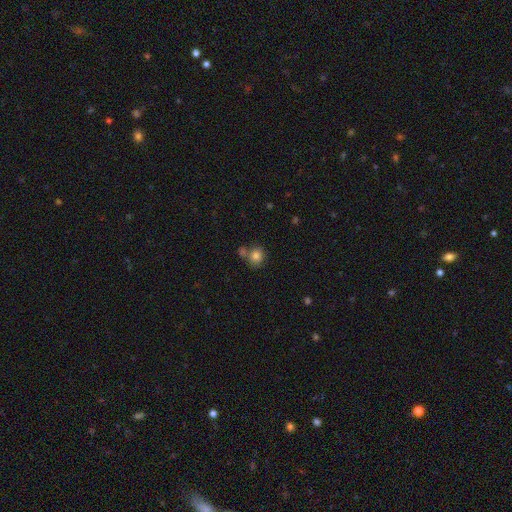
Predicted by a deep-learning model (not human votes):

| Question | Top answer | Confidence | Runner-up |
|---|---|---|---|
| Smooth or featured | smooth | 82% | star or artifact (11%) |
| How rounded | round | 78% | in between (21%) |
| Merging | none | 60% | merger (23%) |